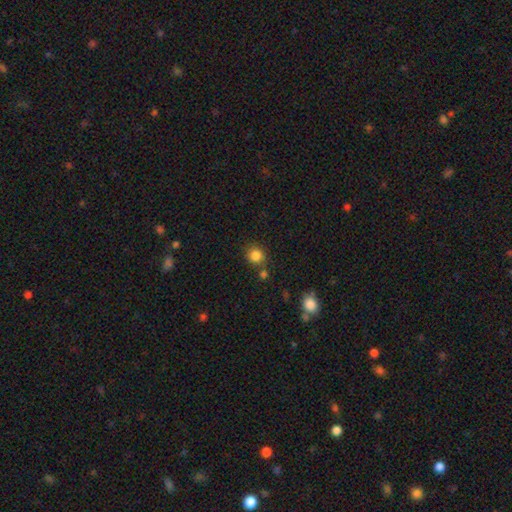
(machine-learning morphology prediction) Smooth or featured? Predicted: smooth (p=0.84). How rounded? Predicted: round (p=0.87). Merging? Predicted: none (p=0.76).